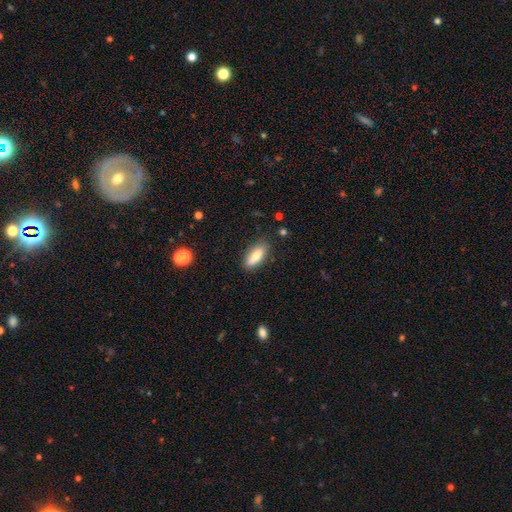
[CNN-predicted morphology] type=smooth (78%); roundness=in between (74%); merging=none (84%).